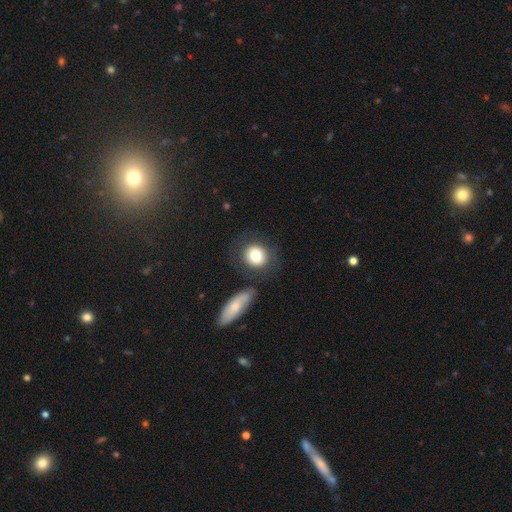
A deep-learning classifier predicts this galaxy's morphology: smooth_or_featured: smooth (p=0.79) [alt: featured or disk p=0.13]
how_rounded: round (p=0.77) [alt: in between p=0.21]
merging: none (p=0.72) [alt: minor disturbance p=0.12]